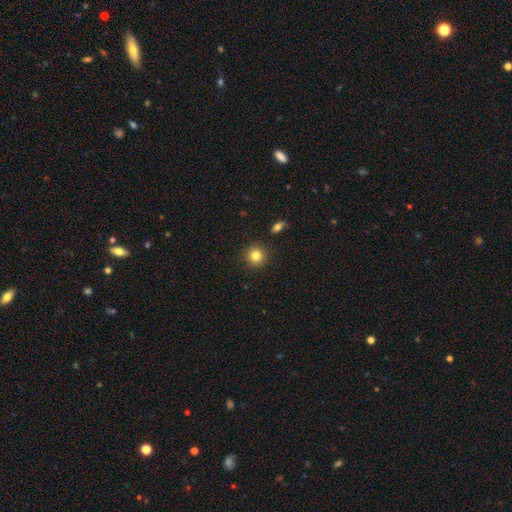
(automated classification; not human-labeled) smooth 82%, star or artifact 11%, featured or disk 7%. Down the decision tree: how rounded — round (92%); merging — none (90%).